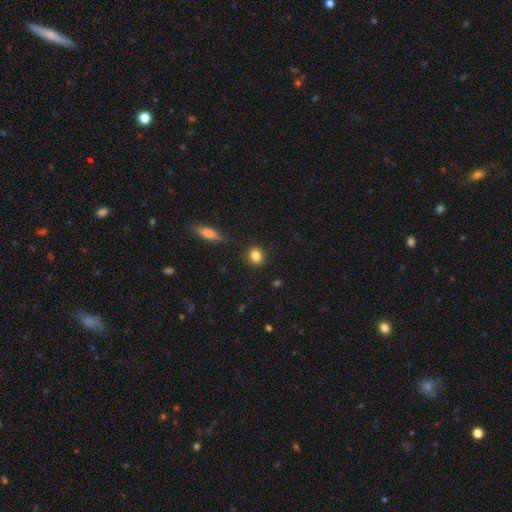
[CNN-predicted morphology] Q: Smooth or featured?
A: smooth (85%); runner-up: star or artifact (9%)
Q: How rounded?
A: round (74%); runner-up: in between (25%)
Q: Merging?
A: none (87%); runner-up: minor disturbance (8%)